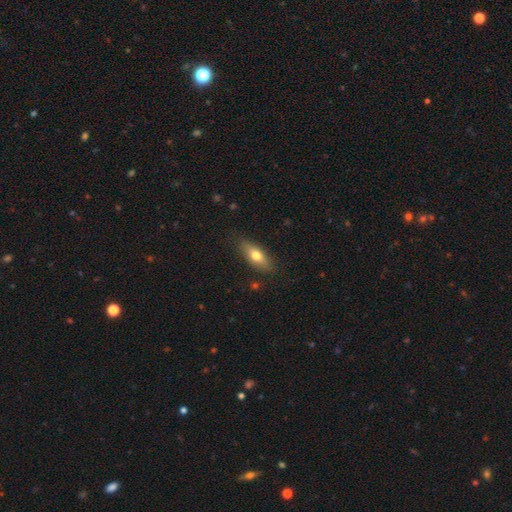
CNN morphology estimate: This is likely a smooth galaxy (65%). How rounded: likely in between (66%). Merging: clearly none (85%).